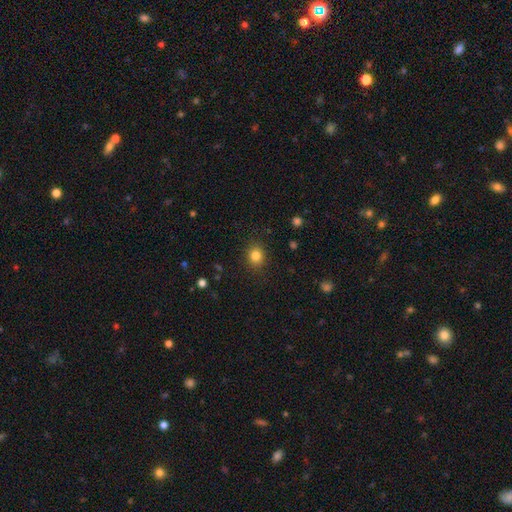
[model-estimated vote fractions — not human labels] Smooth or featured? Predicted: smooth (p=0.83). How rounded? Predicted: round (p=0.74). Merging? Predicted: none (p=0.88).